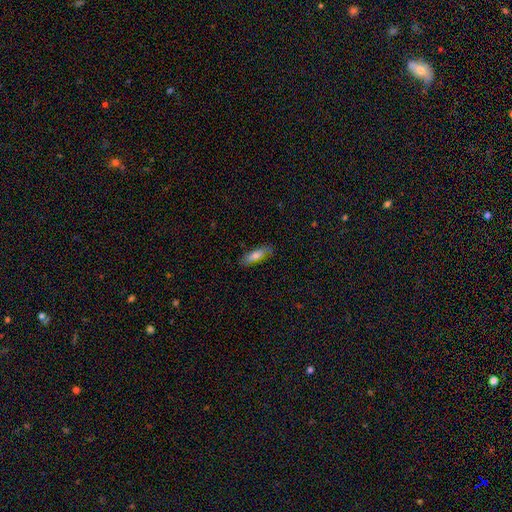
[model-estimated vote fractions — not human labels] A smooth galaxy with no disk features (71%) that is cigar-shaped (57%). Merging: none (80%).